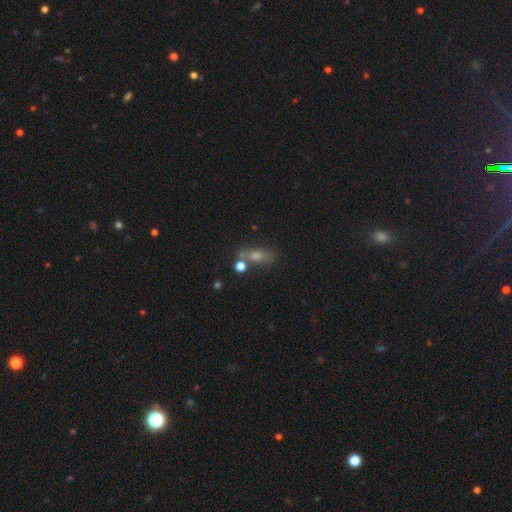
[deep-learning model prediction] Smooth or featured? Predicted: smooth (p=0.57). How rounded? Predicted: in between (p=0.58). Merging? Predicted: none (p=0.60).